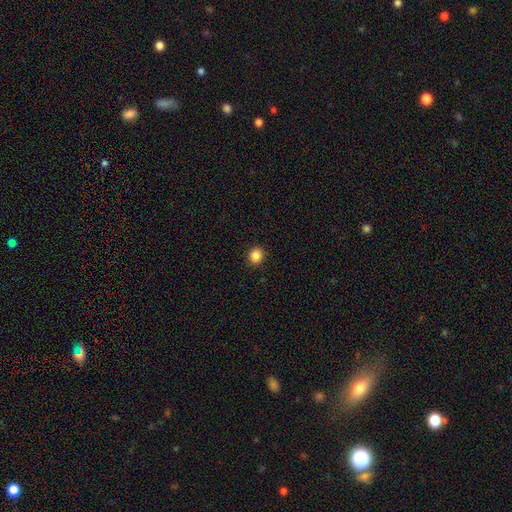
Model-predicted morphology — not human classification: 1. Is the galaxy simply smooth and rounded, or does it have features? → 87% smooth, 10% star or artifact, 3% featured or disk.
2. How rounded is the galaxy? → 84% round, 15% in between, 1% cigar-shaped.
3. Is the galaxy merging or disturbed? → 91% none, 7% minor disturbance, 2% major disturbance, 1% merger.